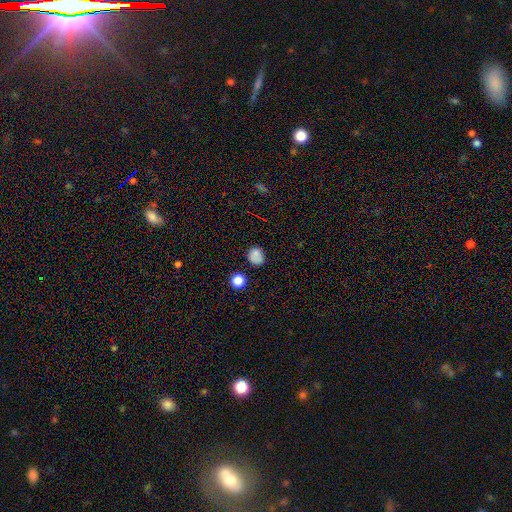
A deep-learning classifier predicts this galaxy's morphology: The model was most divided on "how rounded": round: 72%, in between: 27%, cigar-shaped: 1%. More confident: smooth or featured — smooth (81%); merging — none (79%).